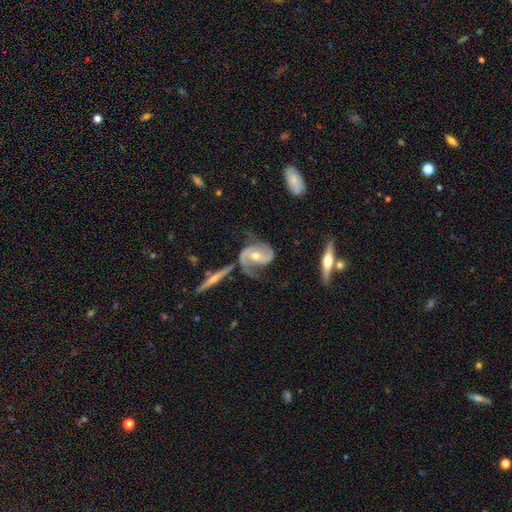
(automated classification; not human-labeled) featured or disk 90%, smooth 6%, star or artifact 5%. Down the decision tree: edge-on disk — no (93%); bar — no (50%); spiral arms — yes (96%); spiral arm count — 2 (86%); spiral winding — medium (48%); bulge size — moderate (58%); merging — none (52%).